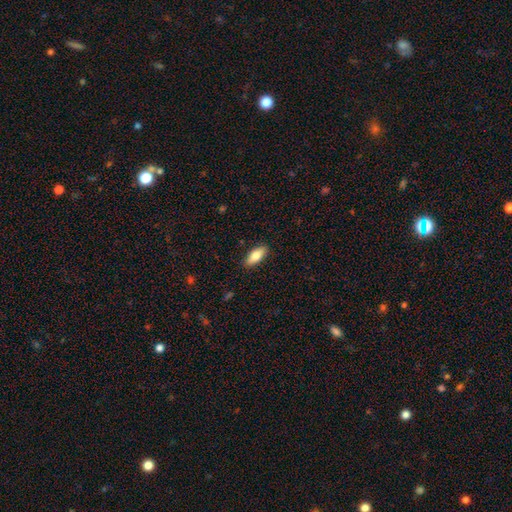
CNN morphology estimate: smooth-or-featured: smooth: 79% | featured or disk: 14% | star or artifact: 6%
  how-rounded: in between: 77% | cigar-shaped: 21% | round: 2%
  merging: none: 89% | minor disturbance: 9% | major disturbance: 2% | merger: 1%